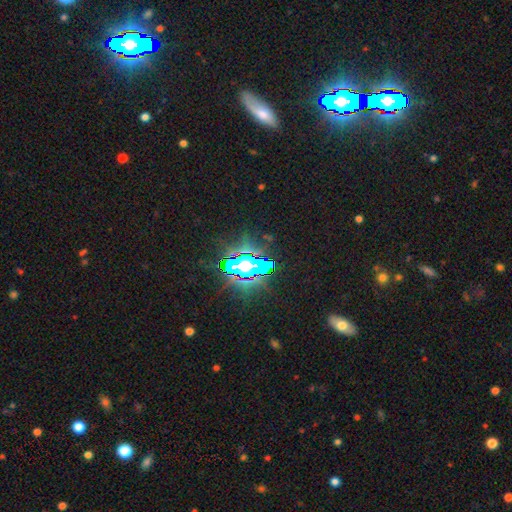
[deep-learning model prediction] The model was most divided on "smooth or featured": star or artifact: 74%, smooth: 14%, featured or disk: 12%.